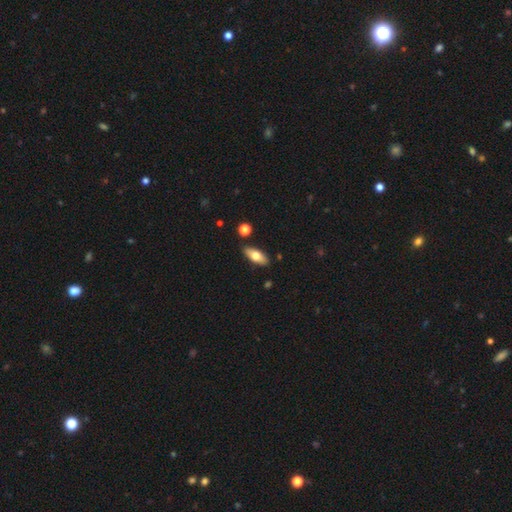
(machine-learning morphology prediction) Overall: smooth (65%; featured or disk 29%). How rounded: in between (76%). Merging: none (86%).